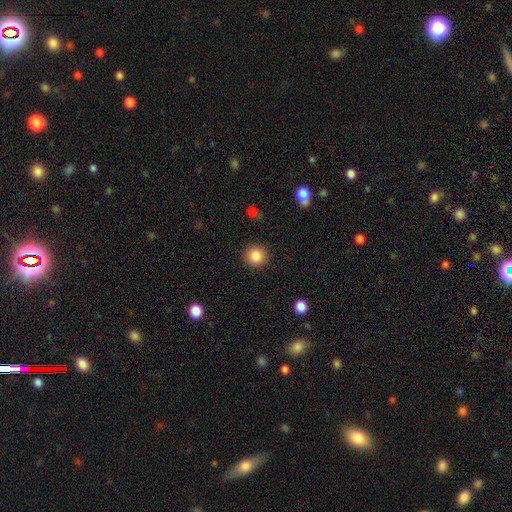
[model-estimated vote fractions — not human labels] A smooth galaxy with no disk features (86%) that is round (94%). Merging: none (91%).